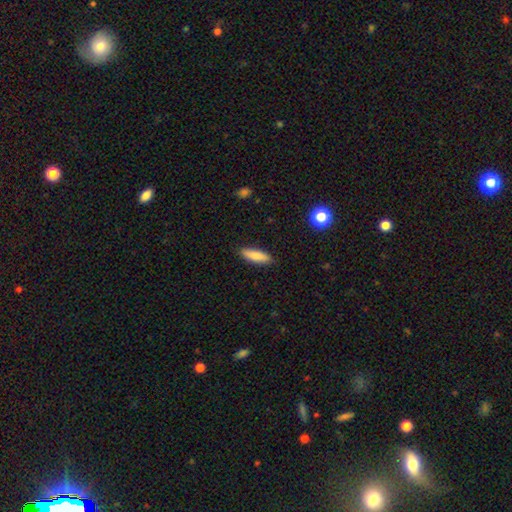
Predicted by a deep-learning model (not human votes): A smooth galaxy with no disk features (83%) that is cigar-shaped (53%). Merging: none (88%).